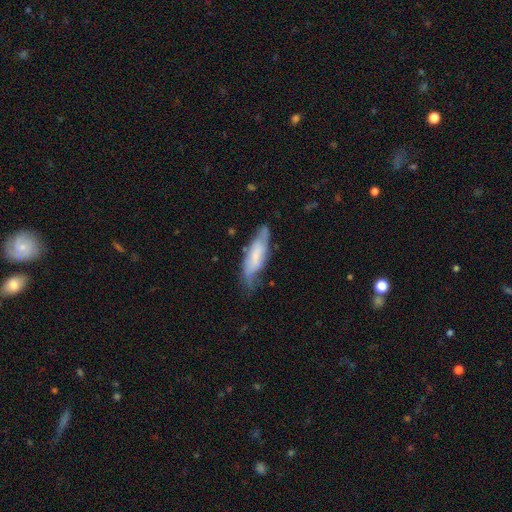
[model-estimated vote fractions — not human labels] Morphology: type=featured or disk (49%); merging=none (56%).